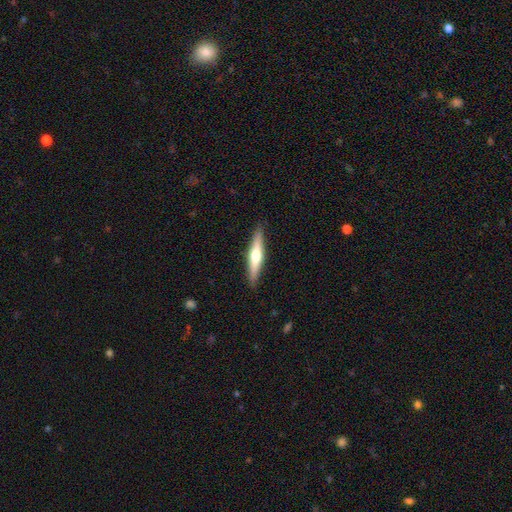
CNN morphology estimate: A featured or disk galaxy (55%) viewed edge-on (96%) with a rounded central bulge (90%). Merging: none (90%).